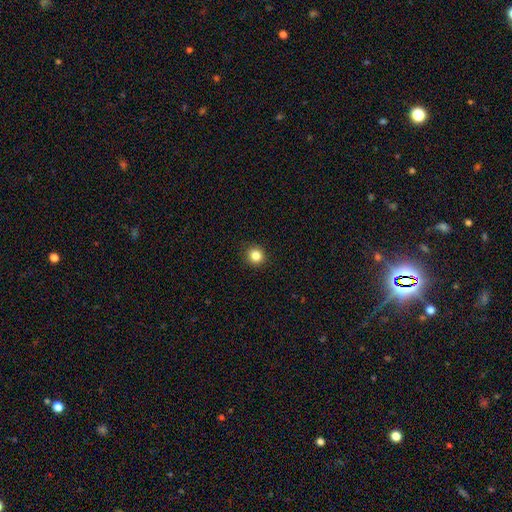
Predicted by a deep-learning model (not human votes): Morphology: type=smooth (85%); roundness=round (93%); merging=none (92%).